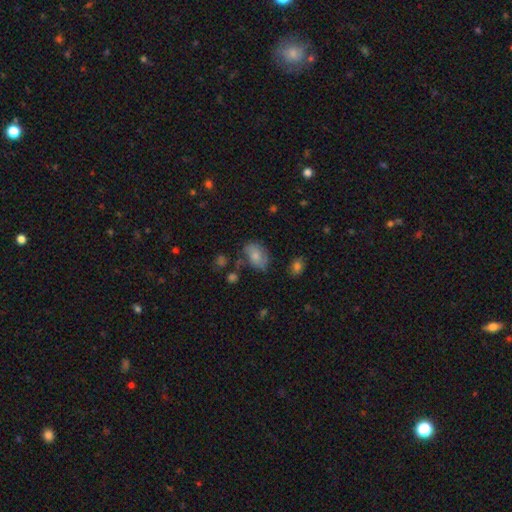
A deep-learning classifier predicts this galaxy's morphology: This is likely a smooth galaxy (70%). How rounded: clearly in between (83%). Merging: possibly none (57%).